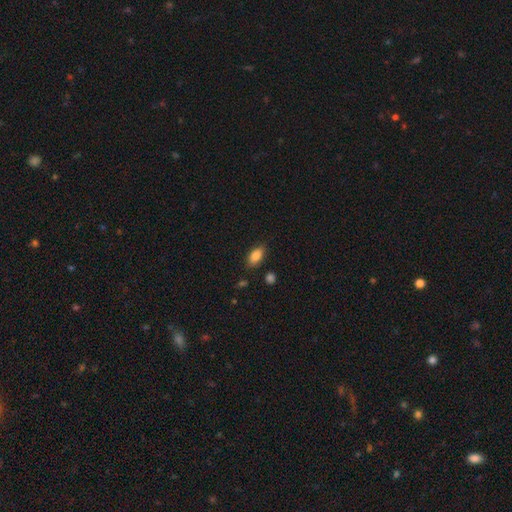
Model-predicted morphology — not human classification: Smooth or featured?
  - smooth: 85% *
  - star or artifact: 8%
  - featured or disk: 7%
How rounded?
  - in between: 89% *
  - round: 7%
  - cigar-shaped: 4%
Merging?
  - none: 82% *
  - minor disturbance: 13%
  - major disturbance: 3%
  - merger: 2%